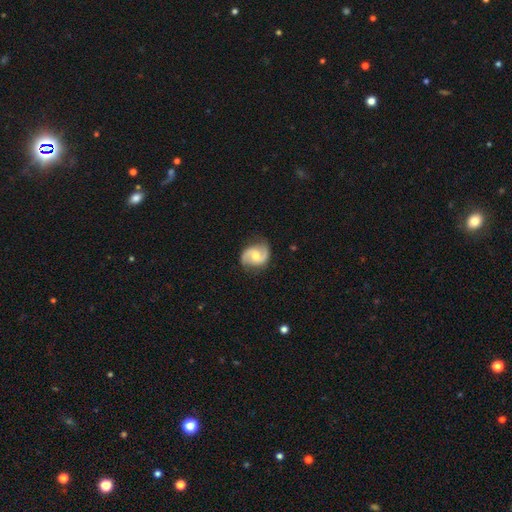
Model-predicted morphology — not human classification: A featured or disk galaxy (83%) with no bar (52%), 2 (92%) medium (49%) spiral arms (95%) and a moderate central bulge (69%). Merging: none (81%).